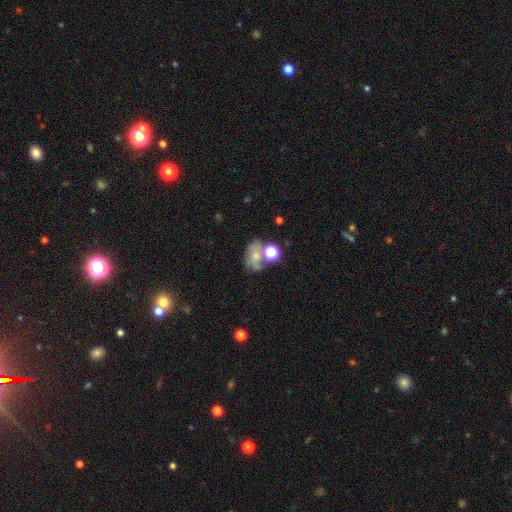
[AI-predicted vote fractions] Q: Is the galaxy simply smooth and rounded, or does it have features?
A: smooth — 55%.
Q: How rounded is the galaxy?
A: in between — 65%.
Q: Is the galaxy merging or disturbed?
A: none — 37%.